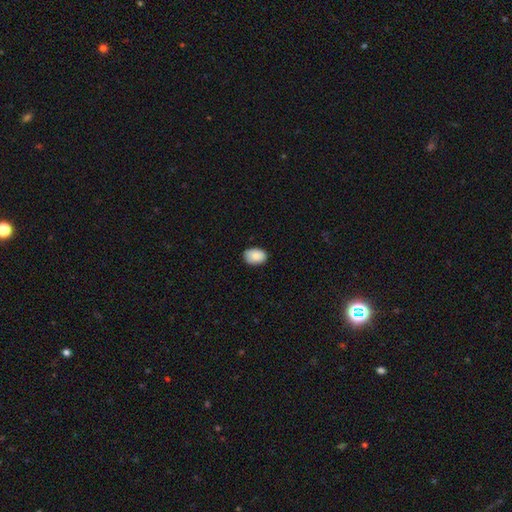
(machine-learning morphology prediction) Smooth or featured? smooth (87%)
How rounded? in between (83%)
Merging? none (84%)